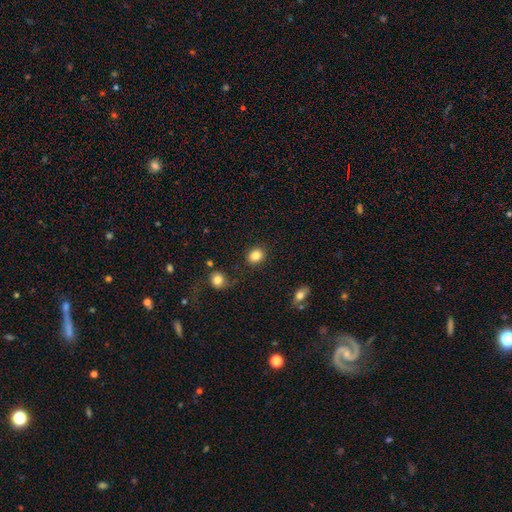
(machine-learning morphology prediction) This is clearly a smooth galaxy (84%). How rounded: likely round (65%). Merging: clearly none (85%).